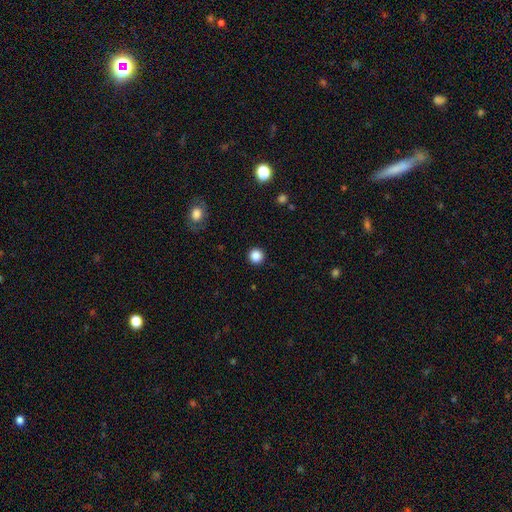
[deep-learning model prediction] This is clearly a smooth galaxy (86%). How rounded: clearly round (95%). Merging: clearly none (93%).